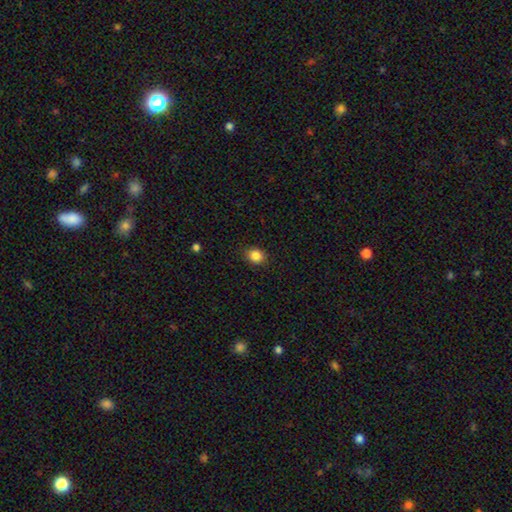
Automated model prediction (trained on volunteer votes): This appears to be a smooth galaxy with no disk features (85%) that is round (63%). Merging: none (88%).